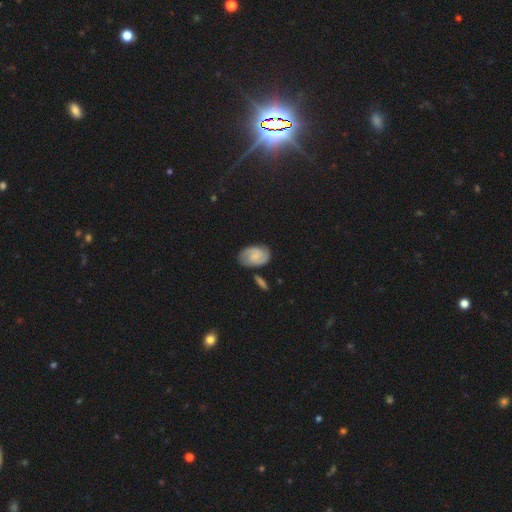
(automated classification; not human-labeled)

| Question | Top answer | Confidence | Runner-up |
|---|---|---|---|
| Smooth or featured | featured or disk | 55% | smooth (37%) |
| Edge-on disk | no | 96% | yes (4%) |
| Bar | no | 54% | weak (39%) |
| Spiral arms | yes | 91% | no (9%) |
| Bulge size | small | 55% | none (21%) |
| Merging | none | 74% | minor disturbance (17%) |